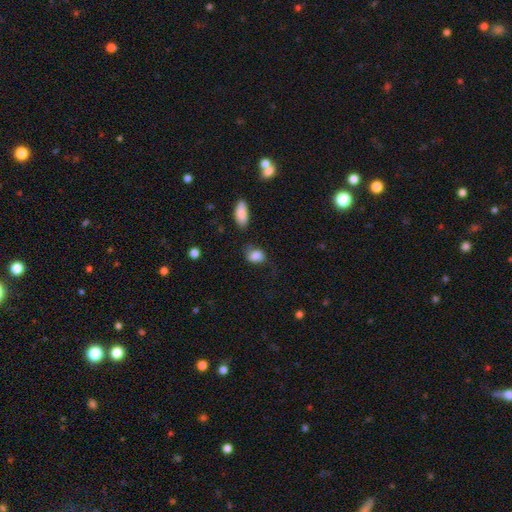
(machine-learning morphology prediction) Smooth or featured? smooth (83%)
How rounded? in between (72%)
Merging? none (52%)